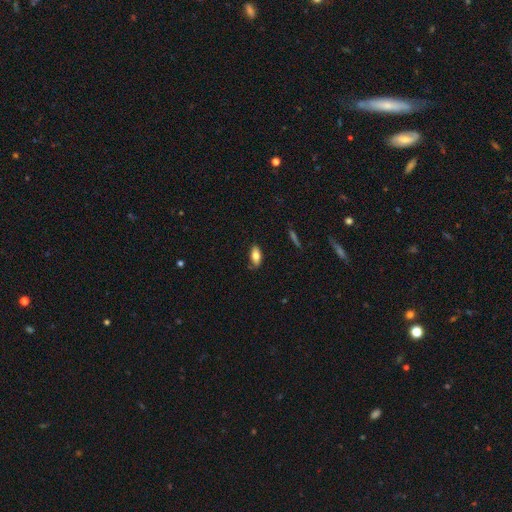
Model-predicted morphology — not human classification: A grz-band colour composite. It shows a smooth galaxy with no disk features (78%) that is in between round and cigar-shaped (86%). Merging: none (78%).